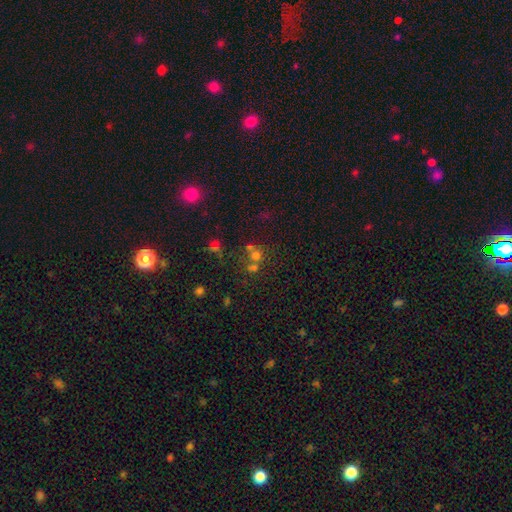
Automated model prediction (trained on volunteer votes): Smooth or featured?
  - smooth: 59% *
  - star or artifact: 26%
  - featured or disk: 15%
How rounded?
  - round: 82% *
  - in between: 17%
  - cigar-shaped: 1%
Merging?
  - none: 47% *
  - merger: 40%
  - minor disturbance: 8%
  - major disturbance: 5%